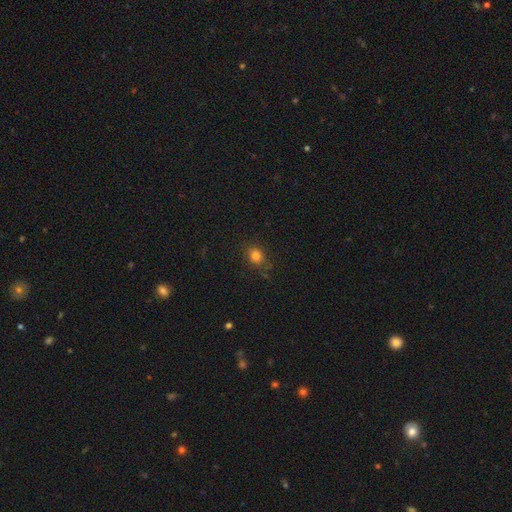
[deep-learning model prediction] Smooth or featured: smooth — 80% (star or artifact — 14%)
How rounded: round — 59% (in between — 40%)
Merging: none — 80% (minor disturbance — 14%)